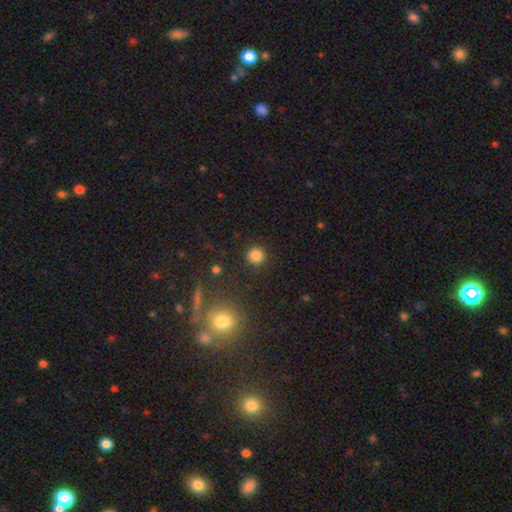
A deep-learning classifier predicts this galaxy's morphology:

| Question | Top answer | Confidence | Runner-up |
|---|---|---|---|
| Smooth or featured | smooth | 83% | star or artifact (13%) |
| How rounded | round | 93% | in between (6%) |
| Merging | none | 89% | minor disturbance (6%) |